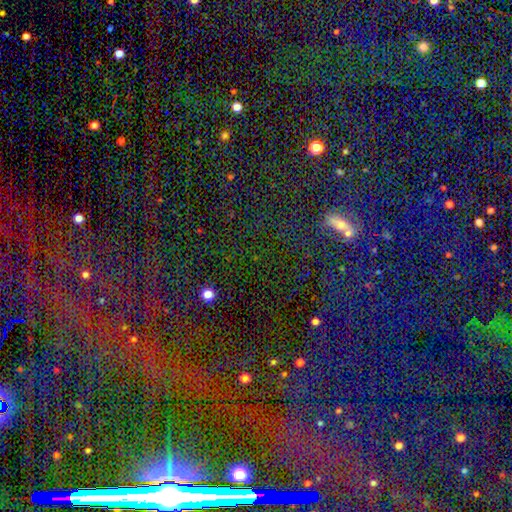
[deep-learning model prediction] smooth-or-featured: star or artifact: 79% | smooth: 12% | featured or disk: 9%